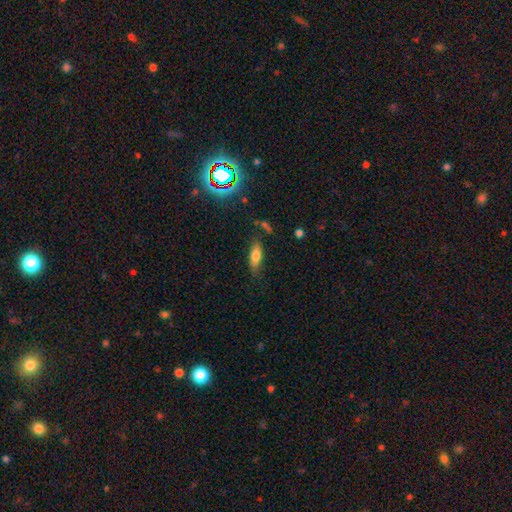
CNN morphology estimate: Smooth or featured? Predicted: smooth (p=0.72). How rounded? Predicted: in between (p=0.62). Merging? Predicted: none (p=0.74).